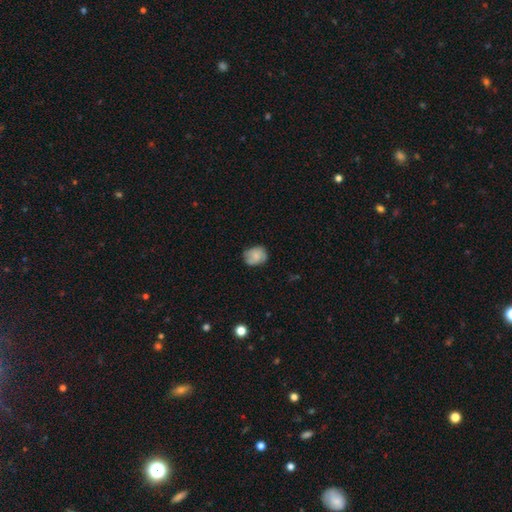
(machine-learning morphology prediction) The model was most divided on "how rounded": round: 59%, in between: 40%, cigar-shaped: 1%. More confident: merging — none (71%); smooth or featured — smooth (70%).